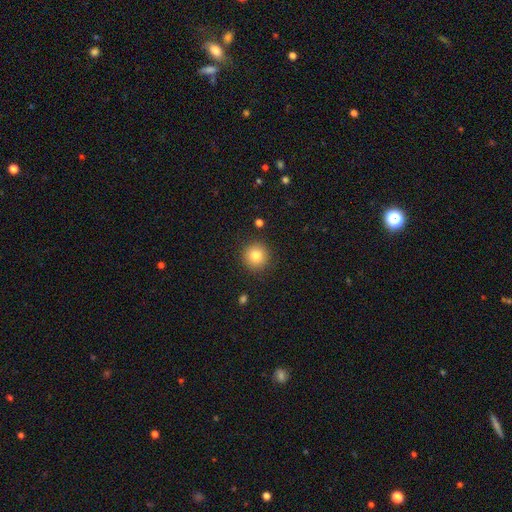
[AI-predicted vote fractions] A smooth galaxy with no disk features (81%) that is round (95%). Merging: none (91%).